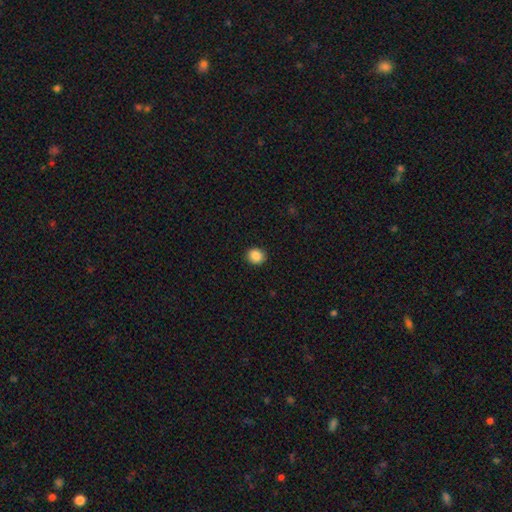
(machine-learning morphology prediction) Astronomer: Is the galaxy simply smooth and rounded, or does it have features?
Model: smooth — 87%.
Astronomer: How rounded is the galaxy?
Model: round — 82%.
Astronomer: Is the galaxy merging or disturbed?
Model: none — 91%.